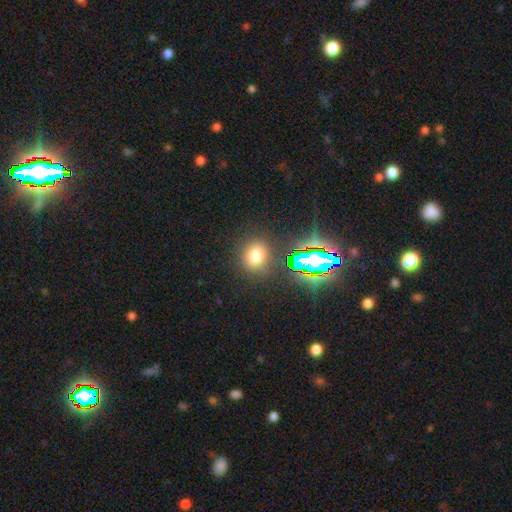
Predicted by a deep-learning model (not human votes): A smooth galaxy with no disk features (67%) that is round (64%).

Vote fractions:
- Smooth or featured? smooth: 67% / star or artifact: 25% / featured or disk: 8%
- How rounded? round: 64% / in between: 34% / cigar-shaped: 1%
- Merging? none: 83% / minor disturbance: 10% / major disturbance: 4% / merger: 3%